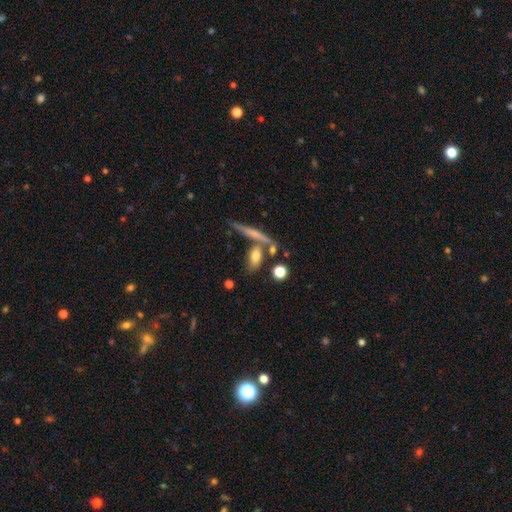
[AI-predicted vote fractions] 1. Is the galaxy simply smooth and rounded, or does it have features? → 68% smooth, 23% featured or disk, 9% star or artifact.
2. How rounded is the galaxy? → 64% in between, 23% cigar-shaped, 13% round.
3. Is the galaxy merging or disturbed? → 57% none, 23% merger, 14% minor disturbance, 6% major disturbance.